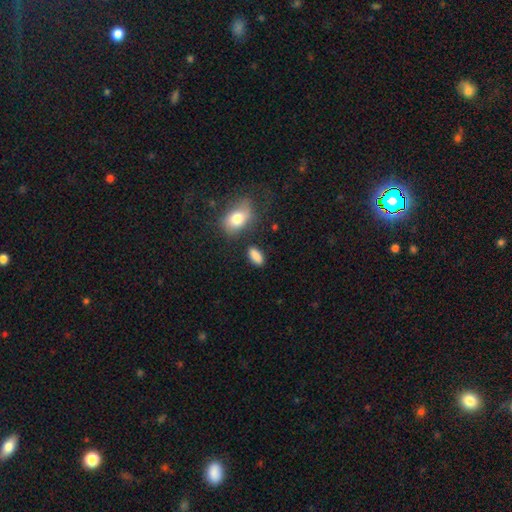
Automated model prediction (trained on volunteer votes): A smooth galaxy with no disk features (87%) that is in between round and cigar-shaped (82%).

Vote fractions:
- Smooth or featured? smooth: 87% / star or artifact: 8% / featured or disk: 5%
- How rounded? in between: 82% / cigar-shaped: 13% / round: 6%
- Merging? none: 80% / minor disturbance: 12% / merger: 5% / major disturbance: 4%